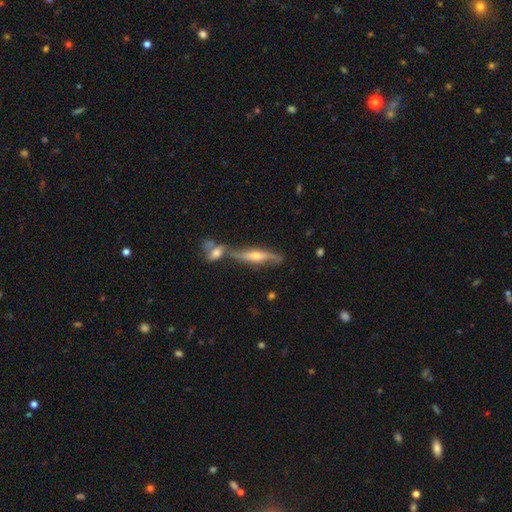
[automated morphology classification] Smooth or featured? featured or disk (75%)
Edge-on disk? yes (85%)
Edge-on bulge? rounded (86%)
Merging? none (54%)